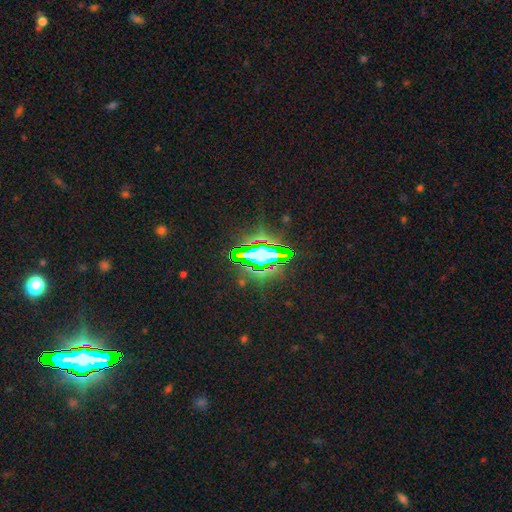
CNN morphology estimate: This appears to be a star or artifact, not a galaxy (82%).